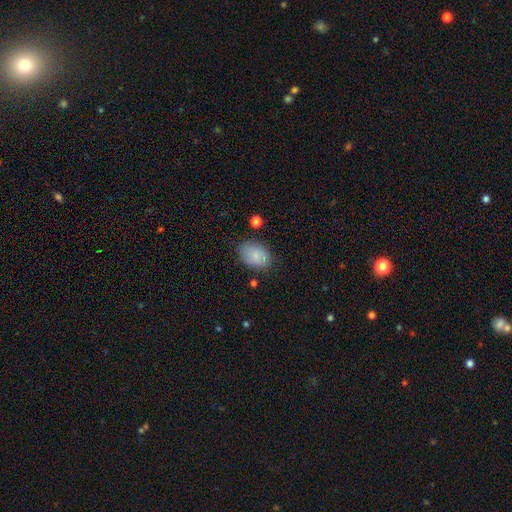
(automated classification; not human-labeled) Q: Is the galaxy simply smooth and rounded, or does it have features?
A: smooth — 84%.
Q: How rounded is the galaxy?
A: in between — 82%.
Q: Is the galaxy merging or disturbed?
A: none — 78%.